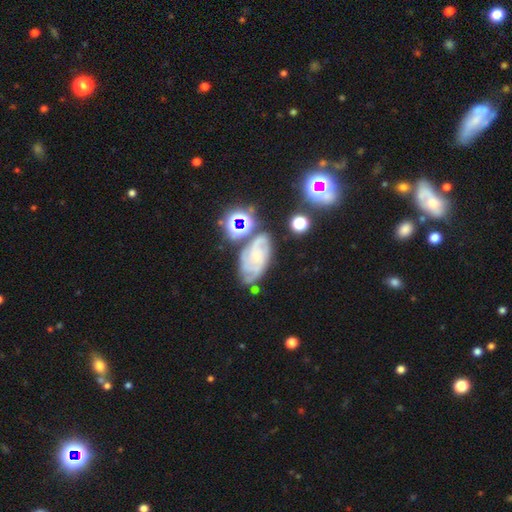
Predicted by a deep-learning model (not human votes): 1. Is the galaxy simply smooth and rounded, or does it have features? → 71% featured or disk, 15% star or artifact, 14% smooth.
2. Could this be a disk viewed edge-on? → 96% no, 4% yes.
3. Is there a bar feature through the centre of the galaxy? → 69% no, 25% weak, 6% strong.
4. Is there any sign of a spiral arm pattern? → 93% yes, 7% no.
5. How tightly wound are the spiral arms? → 55% tight, 35% medium, 9% loose.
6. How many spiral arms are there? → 31% can't tell, 29% 3, 15% 2, 14% 4, 6% more than 4, 5% 1.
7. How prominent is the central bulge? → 71% small, 19% moderate, 7% none, 2% large, 1% dominant.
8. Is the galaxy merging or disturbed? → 61% none, 21% minor disturbance, 9% merger, 9% major disturbance.